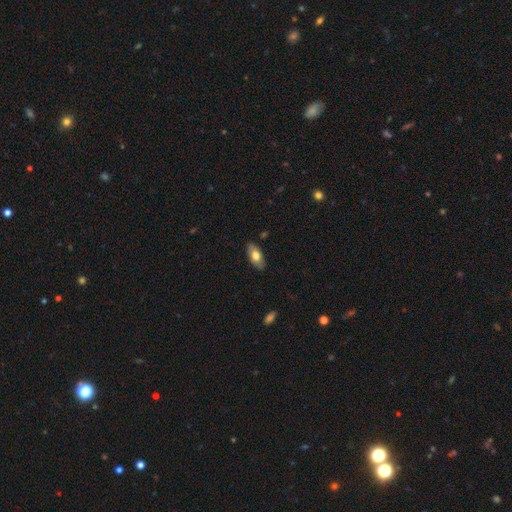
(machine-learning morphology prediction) Overall: smooth (68%). How rounded: in between (89%). Merging: none (85%).